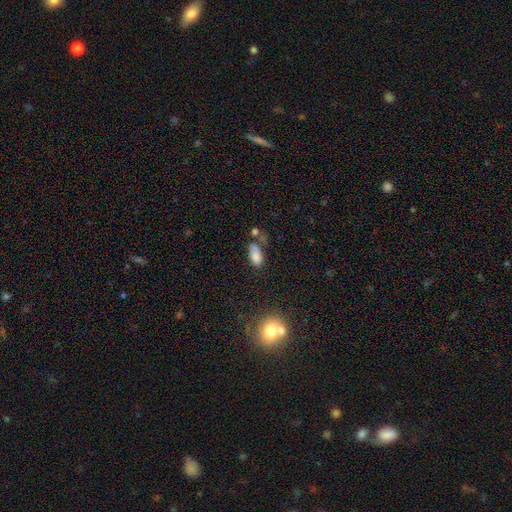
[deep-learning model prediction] A smooth galaxy with no disk features (80%) that is in between round and cigar-shaped (87%).

Vote fractions:
- Smooth or featured? smooth: 80% / star or artifact: 11% / featured or disk: 10%
- How rounded? in between: 87% / cigar-shaped: 9% / round: 4%
- Merging? none: 43% / minor disturbance: 24% / merger: 18% / major disturbance: 15%